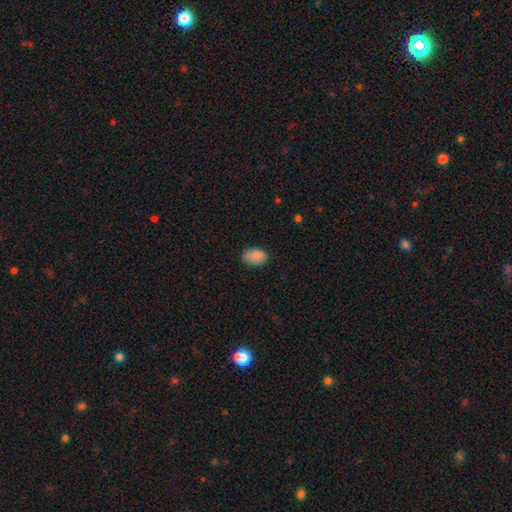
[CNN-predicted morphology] Smooth or featured?
  - smooth: 87% *
  - star or artifact: 7%
  - featured or disk: 6%
How rounded?
  - in between: 86% *
  - round: 13%
  - cigar-shaped: 1%
Merging?
  - none: 79% *
  - minor disturbance: 17%
  - major disturbance: 3%
  - merger: 1%